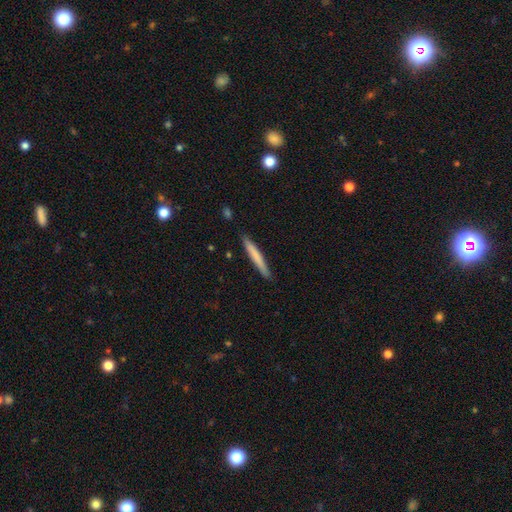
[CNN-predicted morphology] This is likely a smooth galaxy (71%). How rounded: clearly cigar-shaped (96%). Merging: clearly none (89%).